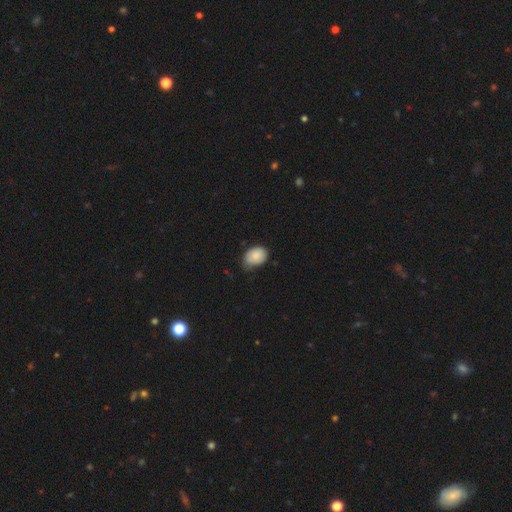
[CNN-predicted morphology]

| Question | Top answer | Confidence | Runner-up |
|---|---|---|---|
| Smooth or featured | smooth | 84% | featured or disk (9%) |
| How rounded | in between | 72% | round (27%) |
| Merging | none | 59% | minor disturbance (34%) |